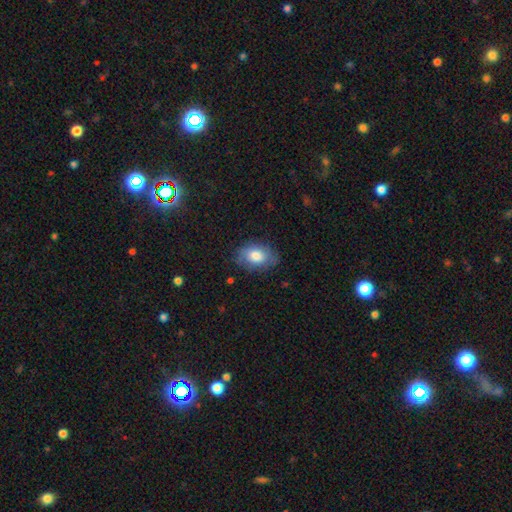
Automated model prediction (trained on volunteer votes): smooth_or_featured: smooth (p=0.76) [alt: featured or disk p=0.16]
how_rounded: in between (p=0.83) [alt: round p=0.16]
merging: none (p=0.74) [alt: minor disturbance p=0.19]